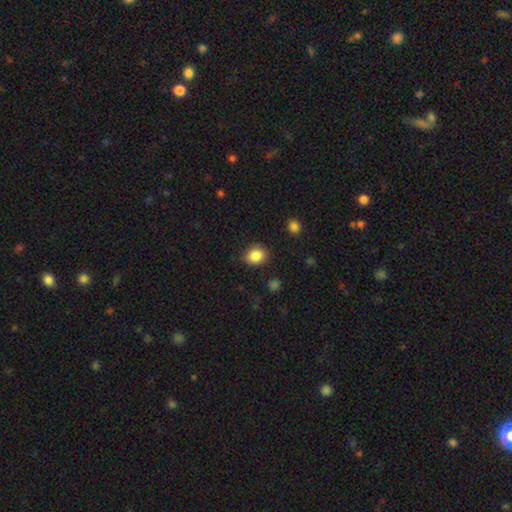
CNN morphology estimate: This appears to be a smooth galaxy with no disk features (86%) that is round (63%). Merging: none (83%).